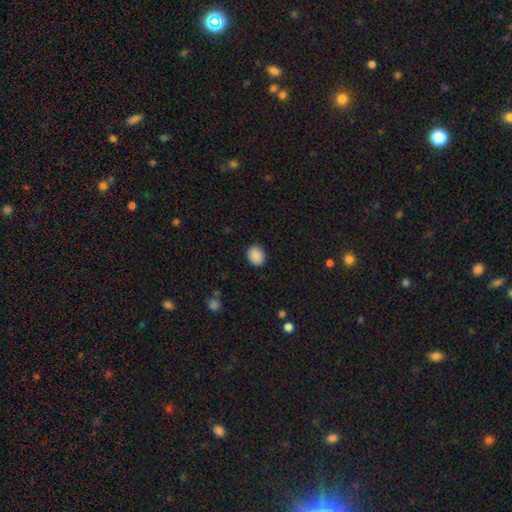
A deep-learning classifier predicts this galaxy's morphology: Smooth or featured: smooth — 89% (star or artifact — 8%)
How rounded: round — 57% (in between — 42%)
Merging: none — 88% (minor disturbance — 8%)